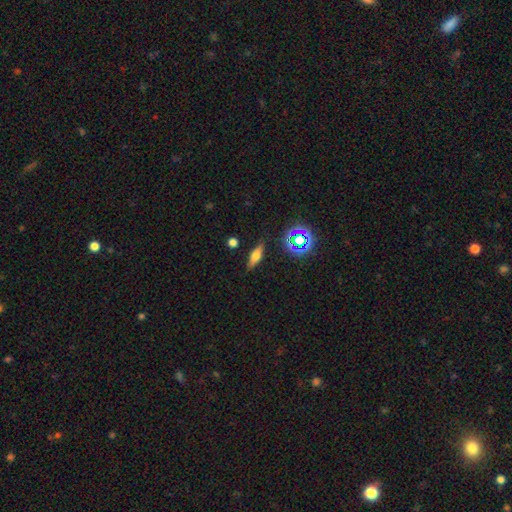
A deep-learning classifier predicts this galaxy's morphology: Smooth or featured? Predicted: smooth (p=0.49). Merging? Predicted: none (p=0.83).